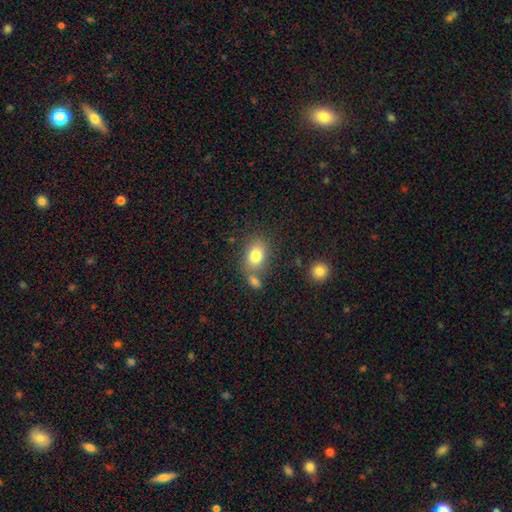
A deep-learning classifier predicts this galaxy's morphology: smooth-or-featured: smooth: 79% | featured or disk: 11% | star or artifact: 10%
  how-rounded: in between: 70% | round: 29% | cigar-shaped: 1%
  merging: none: 61% | merger: 21% | minor disturbance: 13% | major disturbance: 5%